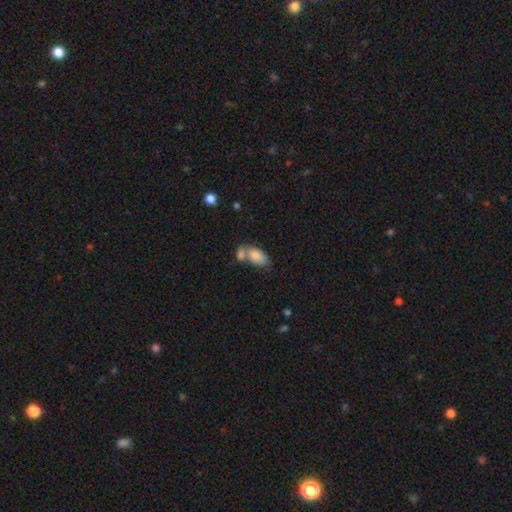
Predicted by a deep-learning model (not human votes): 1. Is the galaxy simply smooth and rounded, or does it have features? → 83% smooth, 10% featured or disk, 7% star or artifact.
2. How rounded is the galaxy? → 92% in between, 6% round, 2% cigar-shaped.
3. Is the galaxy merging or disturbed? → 52% merger, 32% none, 11% minor disturbance, 5% major disturbance.